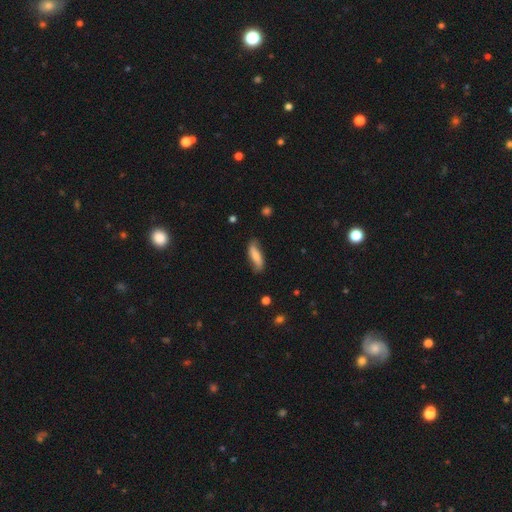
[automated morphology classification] Overall: smooth (61%; featured or disk 33%). How rounded: cigar-shaped (50%; in between 47%). Merging: none (72%).